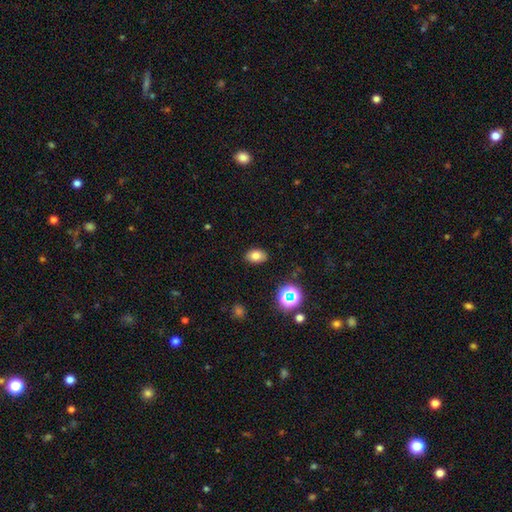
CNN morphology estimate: Smooth or featured?
  - smooth: 77% *
  - star or artifact: 14%
  - featured or disk: 9%
How rounded?
  - in between: 82% *
  - round: 17%
  - cigar-shaped: 1%
Merging?
  - none: 87% *
  - minor disturbance: 9%
  - major disturbance: 3%
  - merger: 1%